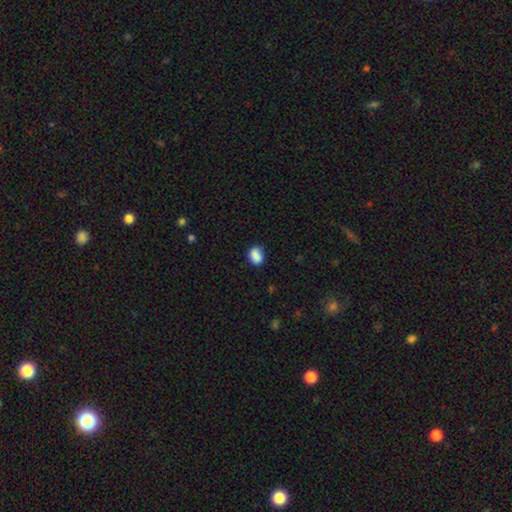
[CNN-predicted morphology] Smooth or featured? smooth (87%)
How rounded? in between (69%)
Merging? none (75%)